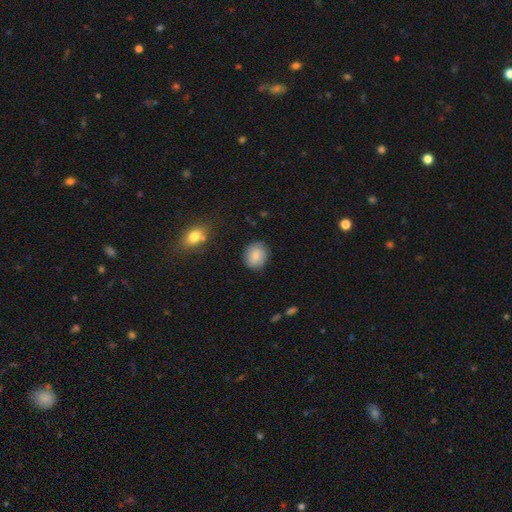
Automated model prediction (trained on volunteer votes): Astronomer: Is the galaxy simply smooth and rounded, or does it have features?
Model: smooth — 81%.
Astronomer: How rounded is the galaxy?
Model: round — 69%.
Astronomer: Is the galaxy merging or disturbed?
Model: none — 84%.